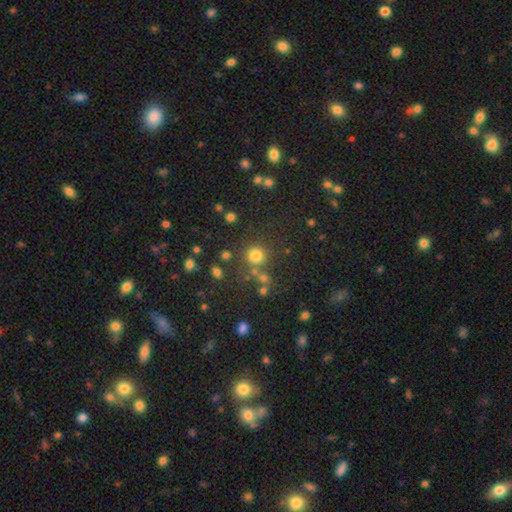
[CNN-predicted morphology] type=smooth (76%); roundness=round (92%); merging=none (74%).